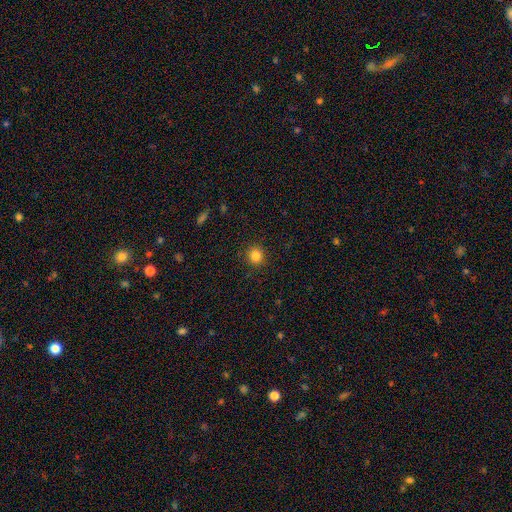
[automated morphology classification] type=smooth (84%); roundness=round (91%); merging=none (91%).